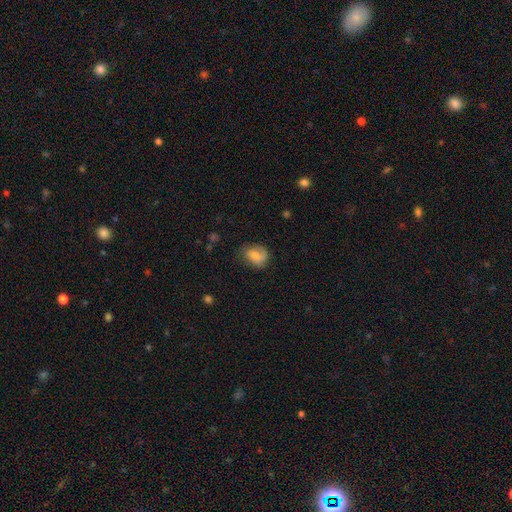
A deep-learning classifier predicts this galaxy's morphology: Q: Smooth or featured?
A: smooth (62%); runner-up: featured or disk (30%)
Q: How rounded?
A: in between (59%); runner-up: round (39%)
Q: Merging?
A: none (58%); runner-up: minor disturbance (28%)